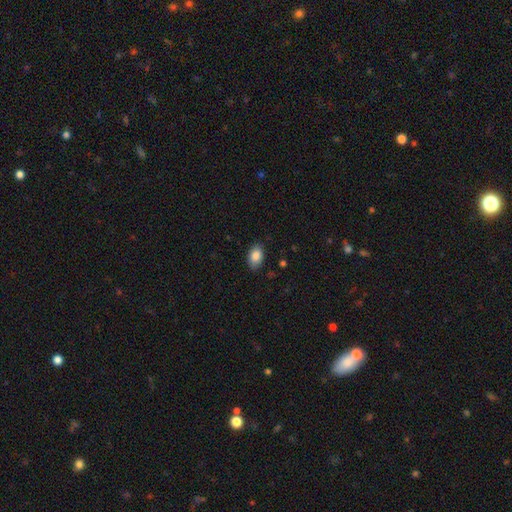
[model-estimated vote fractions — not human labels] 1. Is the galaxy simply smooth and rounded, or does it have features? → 86% smooth, 7% star or artifact, 6% featured or disk.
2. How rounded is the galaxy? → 88% in between, 11% round, 1% cigar-shaped.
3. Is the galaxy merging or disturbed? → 85% none, 12% minor disturbance, 2% major disturbance, 1% merger.